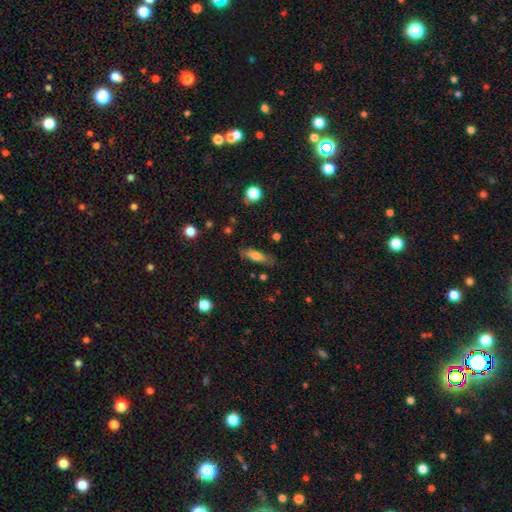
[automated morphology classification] This appears to be a smooth galaxy with no disk features (64%) that is cigar-shaped (56%). Merging: none (79%).